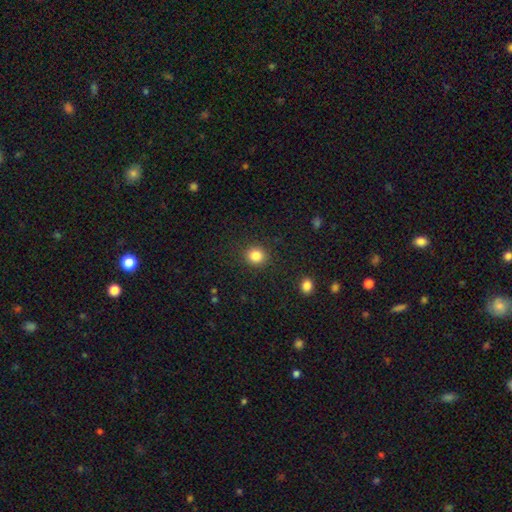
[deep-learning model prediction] Overall: smooth (84%). How rounded: round (85%). Merging: none (90%).